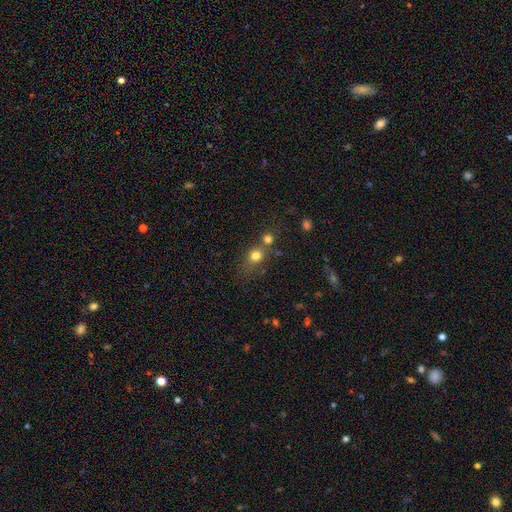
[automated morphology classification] type=smooth (74%); roundness=round (70%); merging=none (47%).